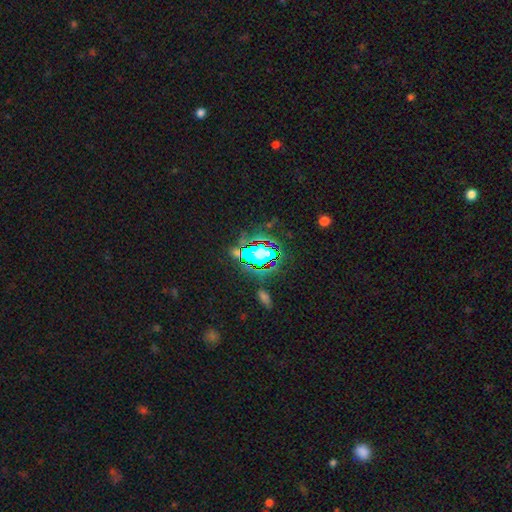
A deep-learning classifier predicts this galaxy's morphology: A star or artifact, not a galaxy (78%).